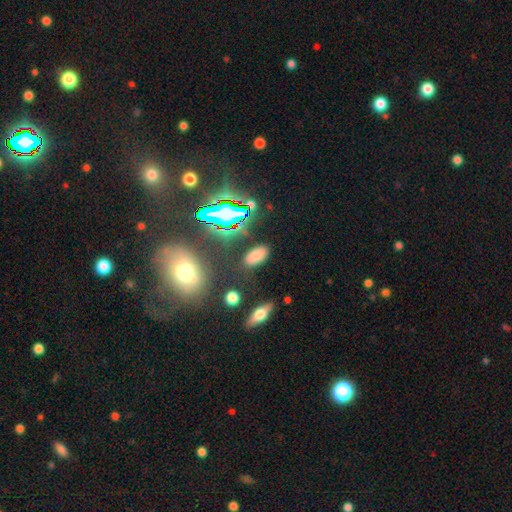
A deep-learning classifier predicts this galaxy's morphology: Smooth or featured? Predicted: smooth (p=0.71). How rounded? Predicted: in between (p=0.92). Merging? Predicted: none (p=0.83).